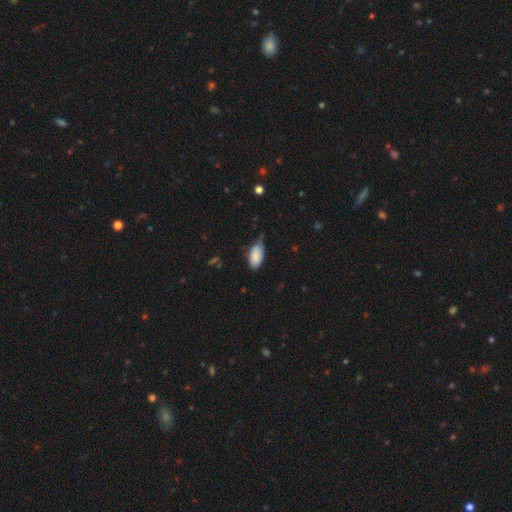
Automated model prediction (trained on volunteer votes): Smooth or featured?
  - smooth: 86% *
  - featured or disk: 8%
  - star or artifact: 7%
How rounded?
  - in between: 93% *
  - cigar-shaped: 4%
  - round: 3%
Merging?
  - none: 45% *
  - minor disturbance: 44%
  - major disturbance: 9%
  - merger: 3%